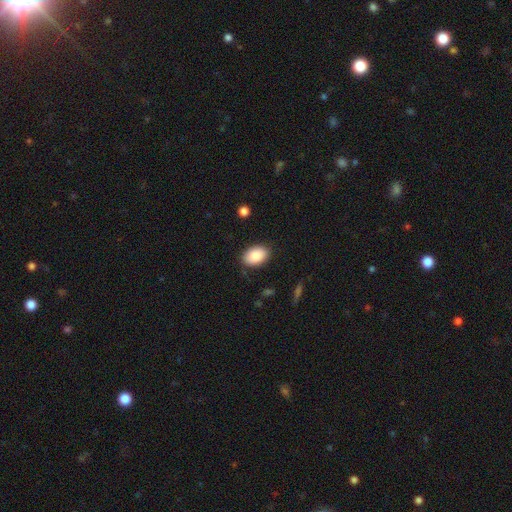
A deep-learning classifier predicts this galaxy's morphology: smooth-or-featured: smooth: 88% | star or artifact: 7% | featured or disk: 5%
  how-rounded: in between: 88% | round: 10% | cigar-shaped: 1%
  merging: none: 86% | minor disturbance: 10% | major disturbance: 2% | merger: 1%